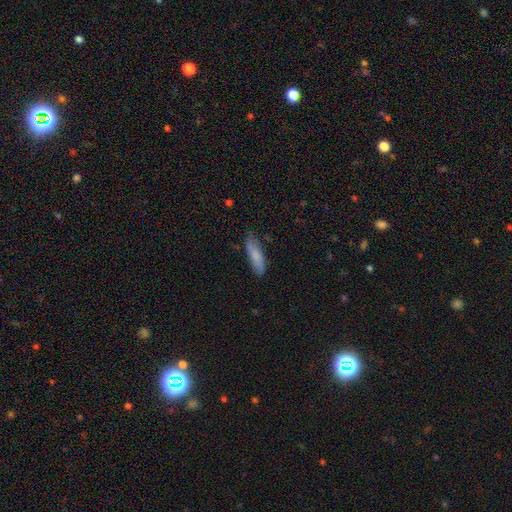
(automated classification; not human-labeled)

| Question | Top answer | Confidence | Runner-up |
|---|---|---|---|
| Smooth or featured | smooth | 78% | featured or disk (16%) |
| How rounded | cigar-shaped | 57% | in between (41%) |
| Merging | none | 75% | minor disturbance (19%) |